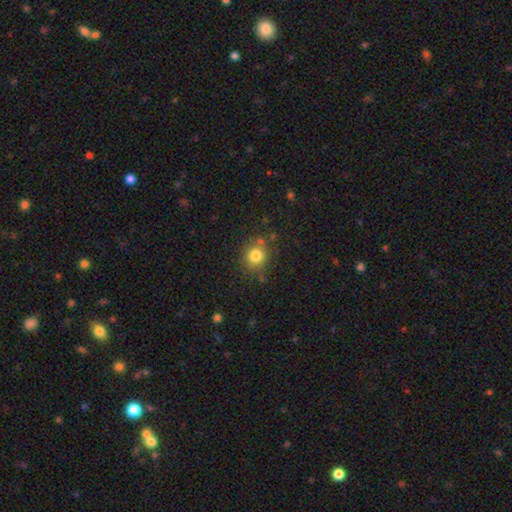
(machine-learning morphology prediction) A smooth galaxy with no disk features (81%) that is round (85%).

Vote fractions:
- Smooth or featured? smooth: 81% / star or artifact: 12% / featured or disk: 7%
- How rounded? round: 85% / in between: 15% / cigar-shaped: 1%
- Merging? none: 79% / minor disturbance: 13% / merger: 5% / major disturbance: 4%